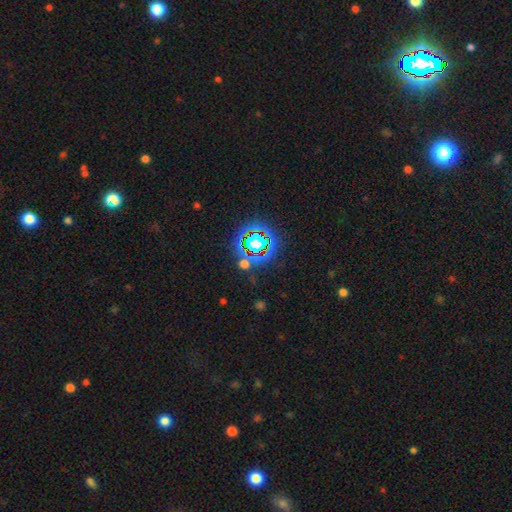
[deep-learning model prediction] Smooth or featured?
  - star or artifact: 79% *
  - smooth: 12%
  - featured or disk: 9%